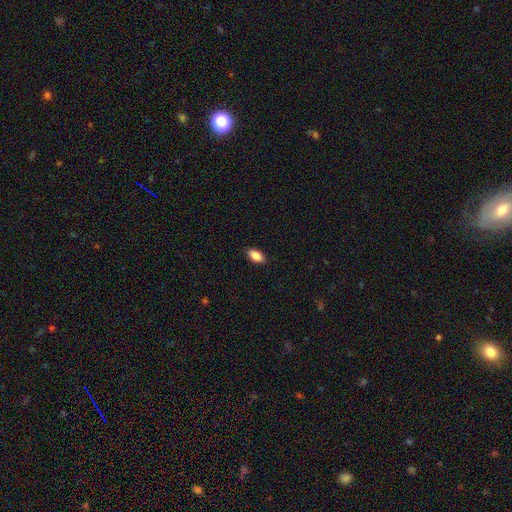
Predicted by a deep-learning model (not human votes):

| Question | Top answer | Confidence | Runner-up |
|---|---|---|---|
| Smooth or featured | smooth | 87% | star or artifact (7%) |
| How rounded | in between | 92% | round (5%) |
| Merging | none | 88% | minor disturbance (9%) |